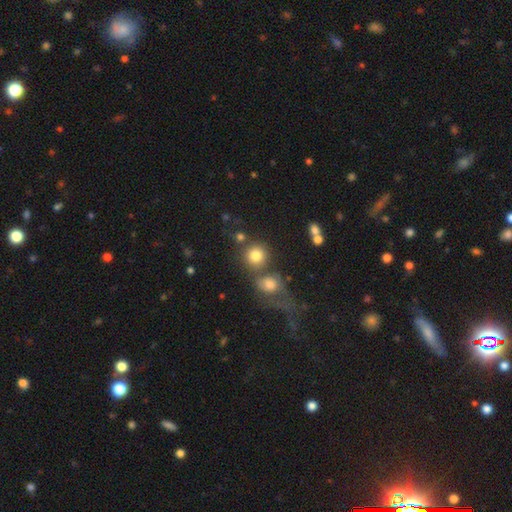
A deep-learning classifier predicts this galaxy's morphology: Overall: smooth (80%). How rounded: round (89%). Merging: none (54%; merger 30%).